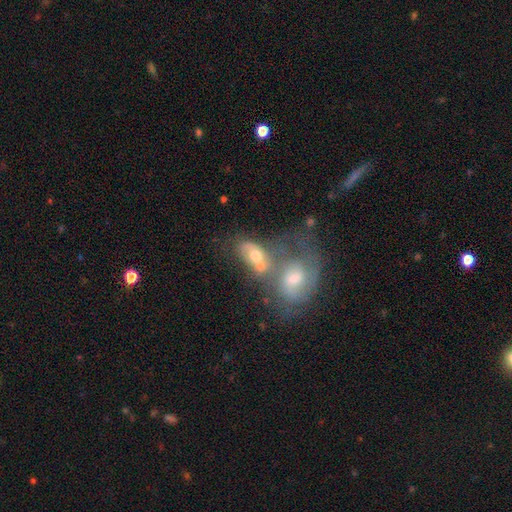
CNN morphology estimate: smooth 48%, featured or disk 41%, star or artifact 11%. Down the decision tree: merging — merger (58%).